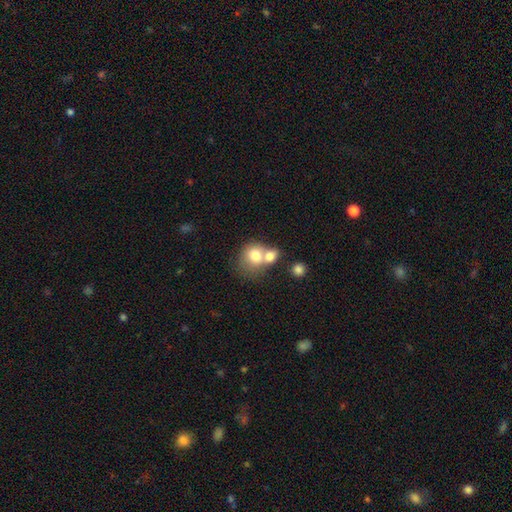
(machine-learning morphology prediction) smooth 73%, featured or disk 18%, star or artifact 9%. Down the decision tree: how rounded — round (68%); merging — merger (64%).